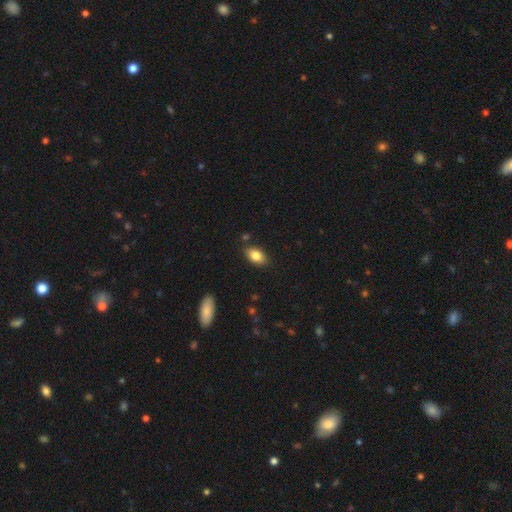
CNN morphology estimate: Smooth or featured?
  - smooth: 83% *
  - featured or disk: 10%
  - star or artifact: 8%
How rounded?
  - in between: 90% *
  - round: 7%
  - cigar-shaped: 3%
Merging?
  - none: 84% *
  - minor disturbance: 11%
  - merger: 3%
  - major disturbance: 2%